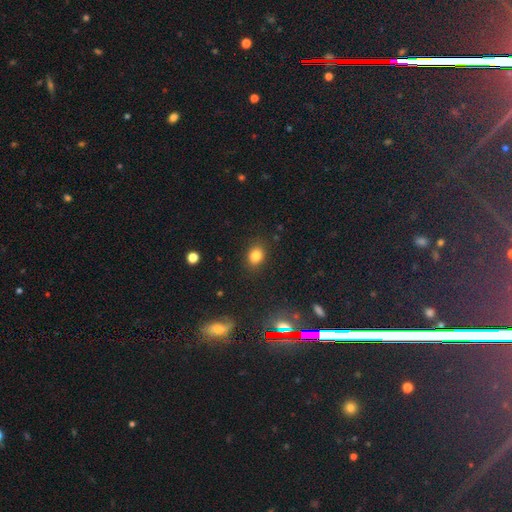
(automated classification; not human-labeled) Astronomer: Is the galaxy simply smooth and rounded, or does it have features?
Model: smooth — 82%.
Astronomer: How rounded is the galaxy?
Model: in between — 60% (runner-up: round, 39%).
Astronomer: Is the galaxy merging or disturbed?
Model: none — 87%.